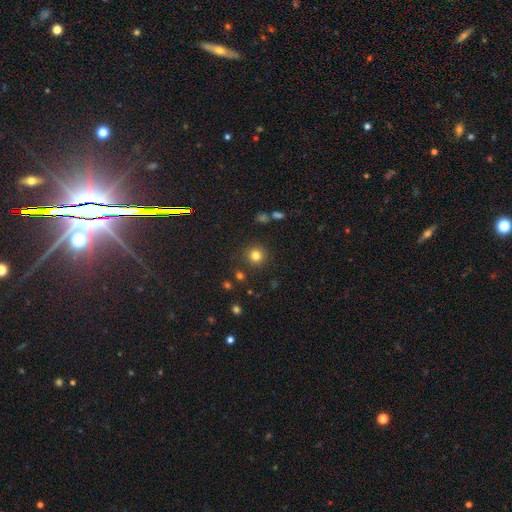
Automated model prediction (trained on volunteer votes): Overall: smooth (80%). How rounded: round (94%). Merging: none (88%).